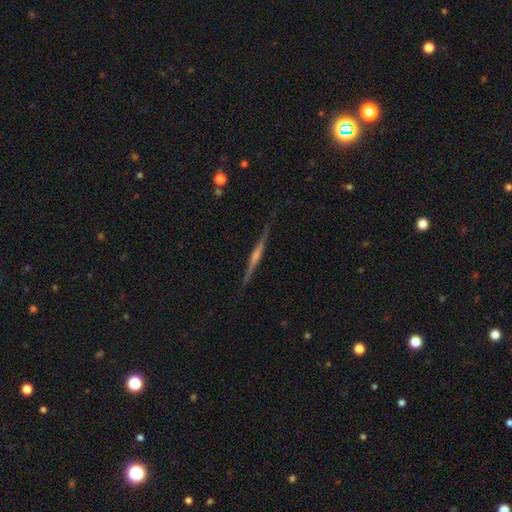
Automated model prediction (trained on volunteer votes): Q: Smooth or featured?
A: featured or disk (76%); runner-up: smooth (15%)
Q: Edge-on disk?
A: yes (97%); runner-up: no (3%)
Q: Edge-on bulge?
A: rounded (67%); runner-up: none (21%)
Q: Merging?
A: none (88%); runner-up: minor disturbance (8%)